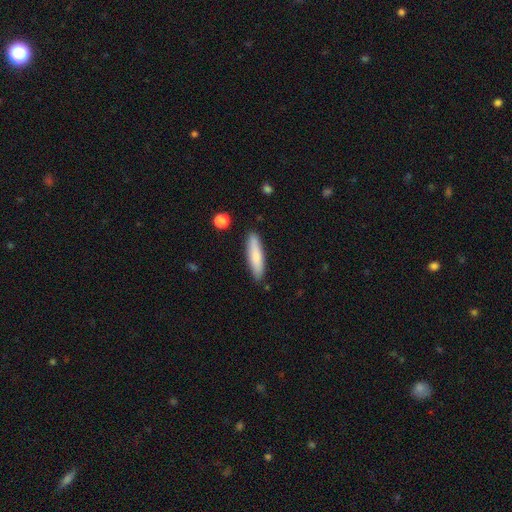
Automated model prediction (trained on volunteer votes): The model was most divided on "how rounded": cigar-shaped: 79%, in between: 20%, round: 1%. More confident: merging — none (87%); smooth or featured — smooth (79%).